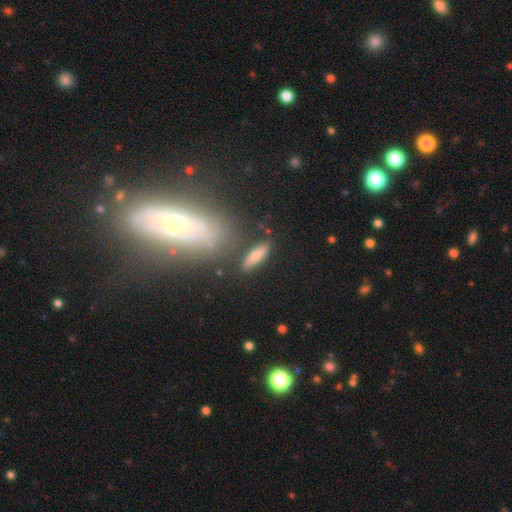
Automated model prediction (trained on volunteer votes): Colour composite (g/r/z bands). It shows a smooth galaxy with no disk features (74%) that is cigar-shaped (54%). Merging: none (81%).